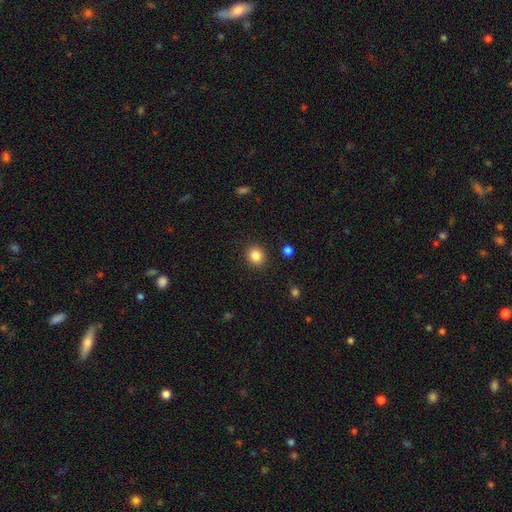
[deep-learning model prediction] Smooth or featured? Predicted: smooth (p=0.85). How rounded? Predicted: round (p=0.83). Merging? Predicted: none (p=0.90).